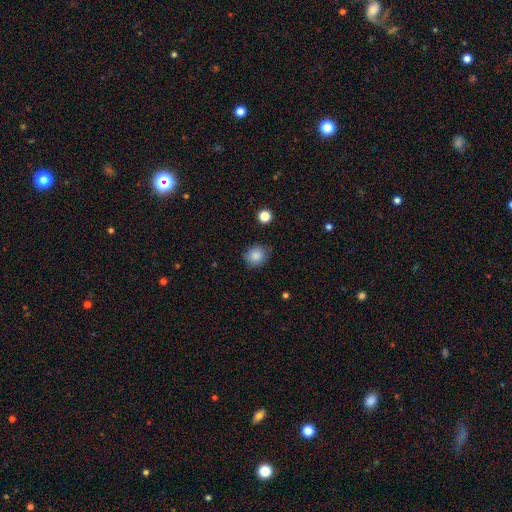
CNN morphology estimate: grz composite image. It shows a smooth galaxy with no disk features (85%) that is round (74%). Merging: none (81%).